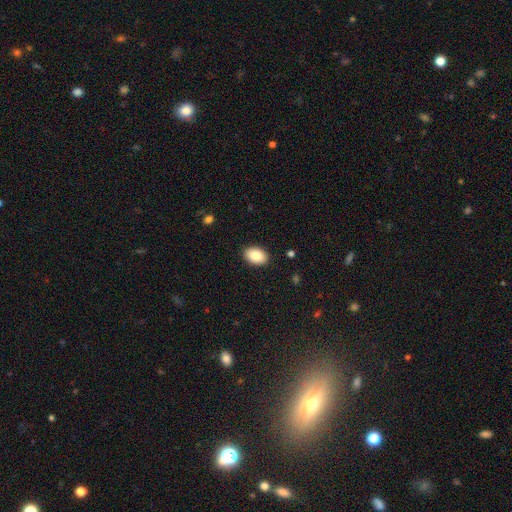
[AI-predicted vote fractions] This is clearly a smooth galaxy (84%). How rounded: clearly in between (87%). Merging: clearly none (90%).